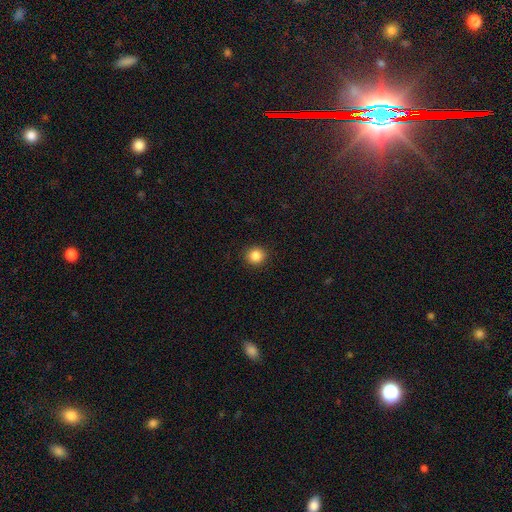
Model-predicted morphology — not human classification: This appears to be a smooth galaxy with no disk features (86%) that is round (90%). Merging: none (92%).